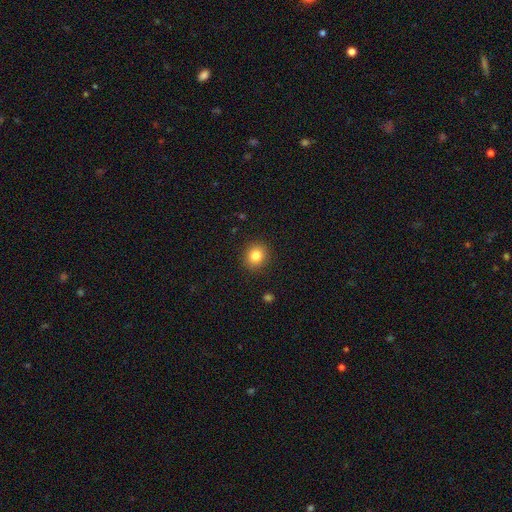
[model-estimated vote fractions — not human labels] Smooth or featured? smooth (83%)
How rounded? round (77%)
Merging? none (90%)